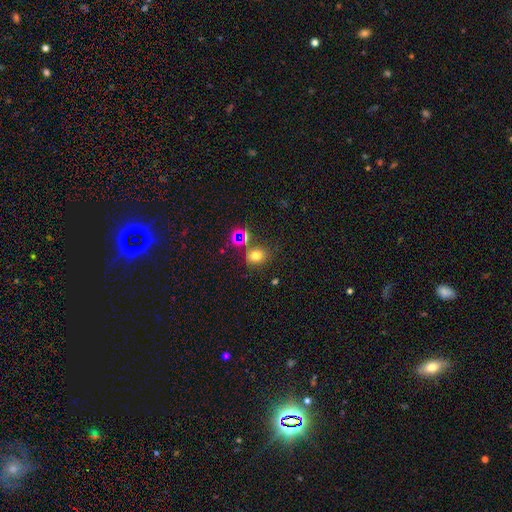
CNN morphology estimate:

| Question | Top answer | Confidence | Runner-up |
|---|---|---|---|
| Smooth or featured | smooth | 71% | star or artifact (20%) |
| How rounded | round | 57% | in between (42%) |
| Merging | none | 72% | minor disturbance (12%) |